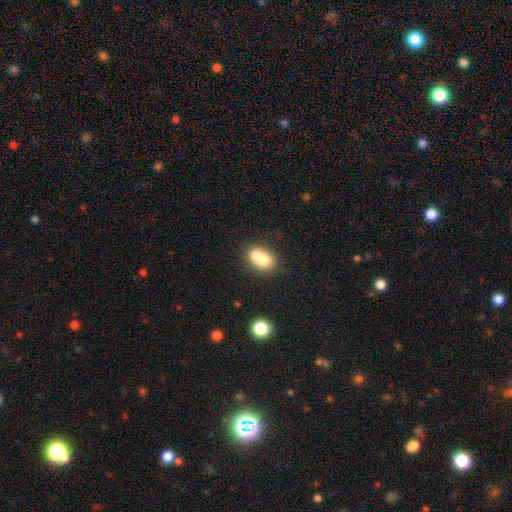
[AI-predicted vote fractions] smooth-or-featured: smooth: 68% | featured or disk: 22% | star or artifact: 10%
  how-rounded: in between: 54% | round: 44% | cigar-shaped: 2%
  merging: merger: 59% | none: 27% | minor disturbance: 9% | major disturbance: 4%